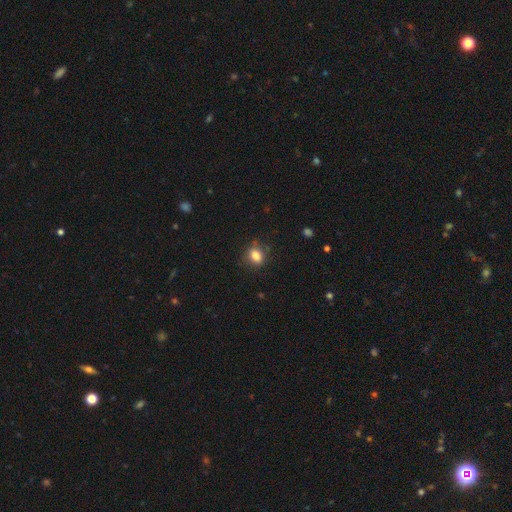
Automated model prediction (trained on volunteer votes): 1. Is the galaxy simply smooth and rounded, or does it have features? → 83% smooth, 10% star or artifact, 7% featured or disk.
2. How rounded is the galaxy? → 65% in between, 33% round, 2% cigar-shaped.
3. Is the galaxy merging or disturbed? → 77% none, 17% minor disturbance, 5% major disturbance, 2% merger.